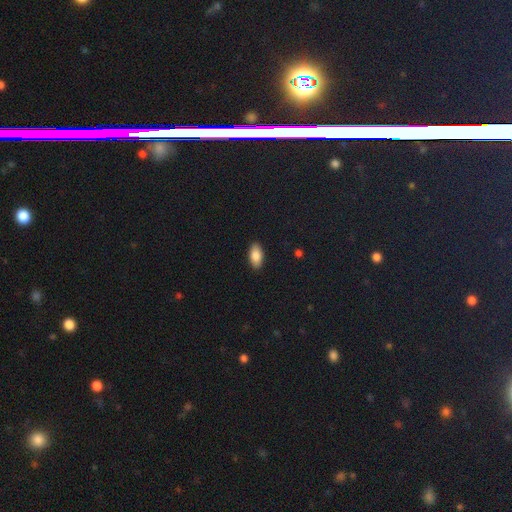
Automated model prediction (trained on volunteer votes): Overall: smooth (85%). How rounded: in between (93%). Merging: none (89%).